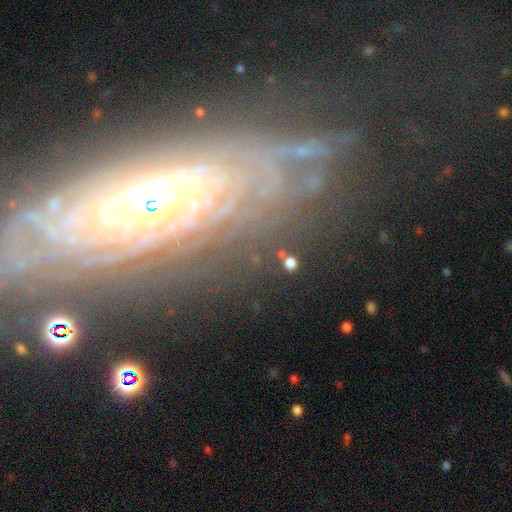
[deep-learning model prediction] smooth_or_featured: featured or disk (p=0.83) [alt: star or artifact p=0.09]
disk_edge_on: no (p=0.85) [alt: yes p=0.15]
bar: no (p=0.73) [alt: weak p=0.17]
has_spiral_arms: yes (p=0.91) [alt: no p=0.09]
spiral_winding: tight (p=0.83) [alt: medium p=0.13]
spiral_arm_count: can't tell (p=0.48) [alt: more than 4 p=0.17]
bulge_size: moderate (p=0.54) [alt: small p=0.33]
merging: none (p=0.73) [alt: minor disturbance p=0.16]